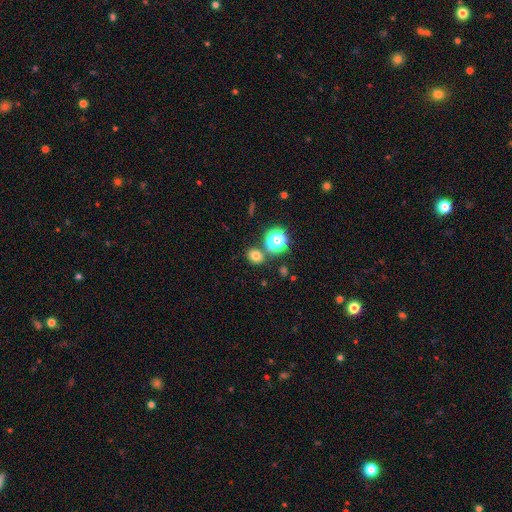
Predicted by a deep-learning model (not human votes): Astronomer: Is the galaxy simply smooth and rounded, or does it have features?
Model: smooth — 70%.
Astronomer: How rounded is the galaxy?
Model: round — 68%.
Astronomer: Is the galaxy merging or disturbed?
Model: none — 76%.